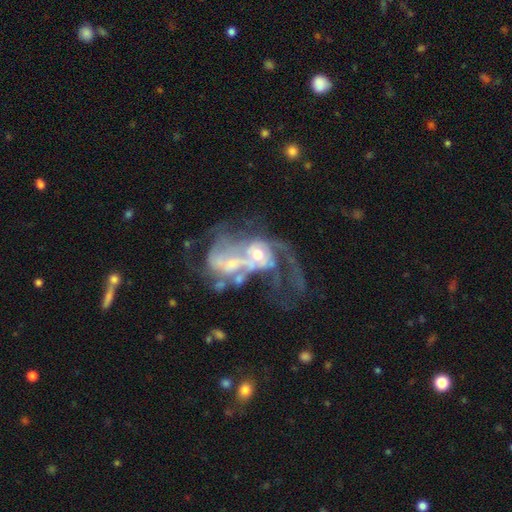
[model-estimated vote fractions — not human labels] A featured or disk galaxy (79%) with no bar (66%), loose (44%) spiral arms (74%) and a moderate central bulge (53%). Merging: merger (65%).